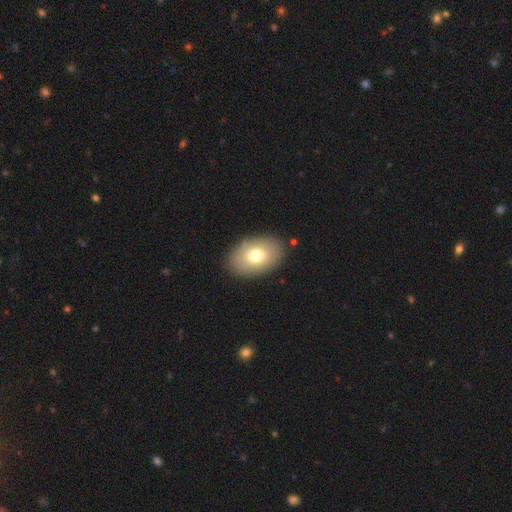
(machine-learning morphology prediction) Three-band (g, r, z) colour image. It shows a smooth galaxy with no disk features (75%) that is in between round and cigar-shaped (86%). Merging: none (88%).